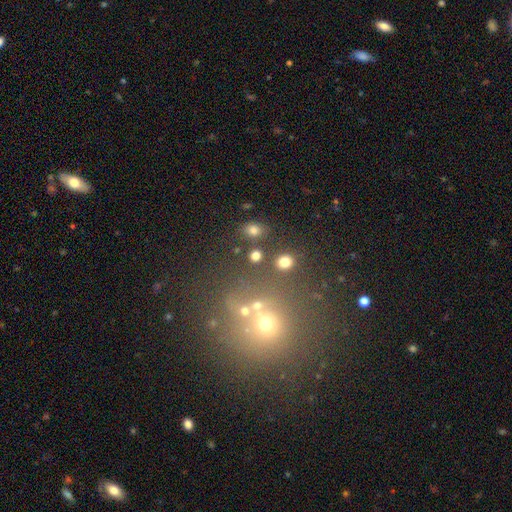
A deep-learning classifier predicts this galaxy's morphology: smooth 74%, star or artifact 17%, featured or disk 9%. Down the decision tree: how rounded — round (56%); merging — none (78%).